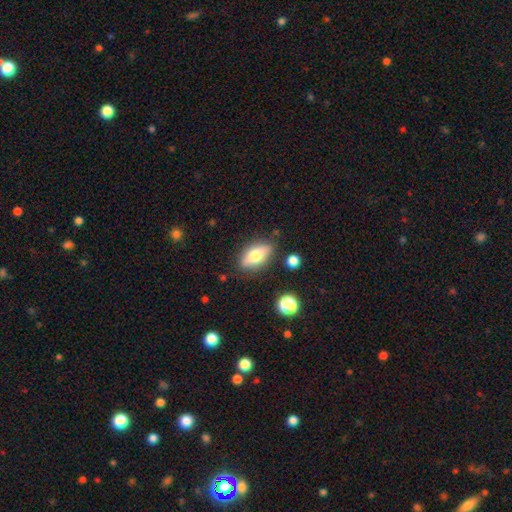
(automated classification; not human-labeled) Overall: smooth (61%; featured or disk 31%). How rounded: in between (80%). Merging: none (81%).